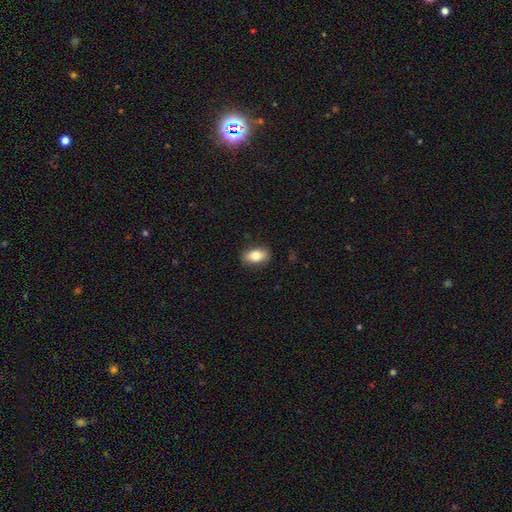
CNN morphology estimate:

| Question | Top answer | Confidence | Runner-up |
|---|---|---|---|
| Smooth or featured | smooth | 81% | featured or disk (11%) |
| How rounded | in between | 89% | round (8%) |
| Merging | none | 86% | minor disturbance (10%) |